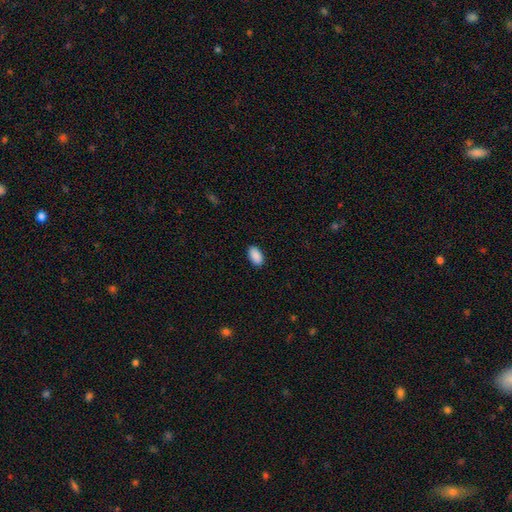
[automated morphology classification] Smooth or featured: smooth — 91% (star or artifact — 7%)
How rounded: in between — 94% (round — 3%)
Merging: none — 89% (minor disturbance — 8%)